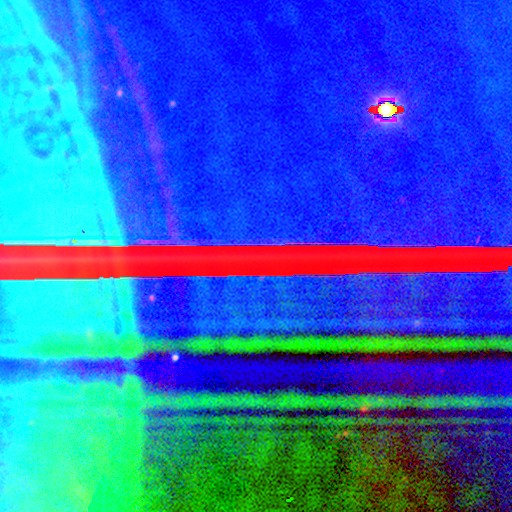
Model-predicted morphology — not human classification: The model was most divided on "smooth or featured": star or artifact: 86%, featured or disk: 8%, smooth: 6%.